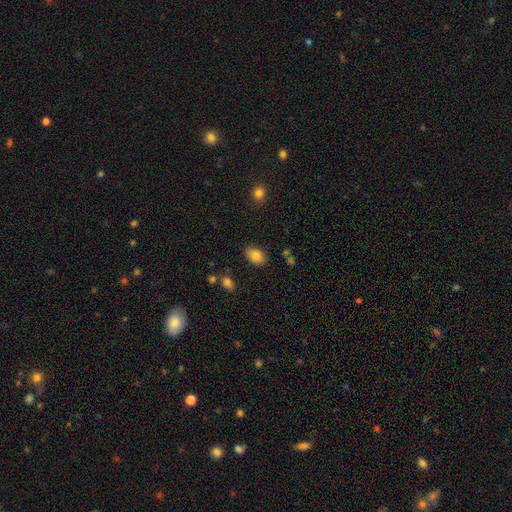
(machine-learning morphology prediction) Overall: smooth (84%). How rounded: in between (88%). Merging: none (82%).